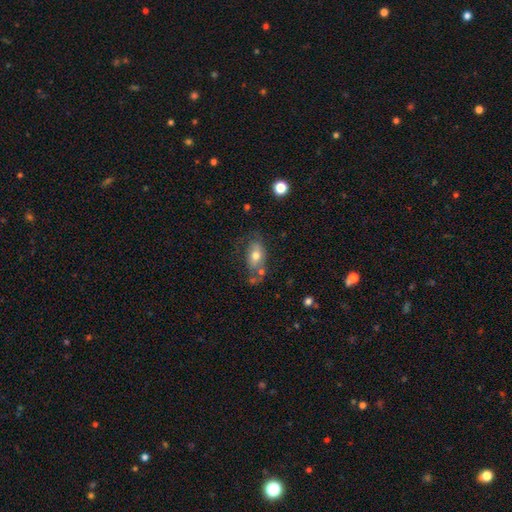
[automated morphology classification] smooth_or_featured: smooth (p=0.63) [alt: featured or disk p=0.29]
how_rounded: in between (p=0.87) [alt: round p=0.09]
merging: none (p=0.48) [alt: minor disturbance p=0.25]